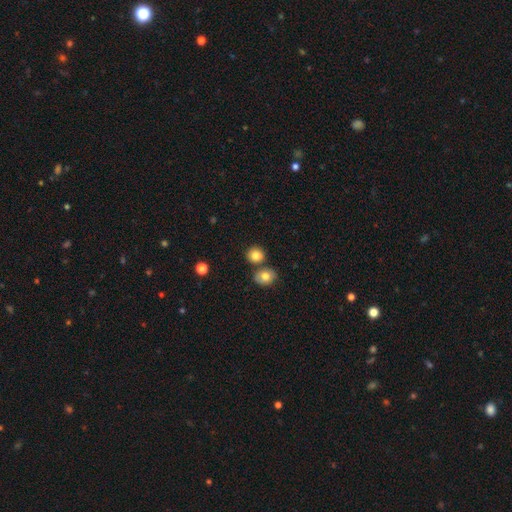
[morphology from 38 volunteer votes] A smooth galaxy with no disk features (82%) that is round (90%).

Vote fractions:
- Smooth or featured? smooth: 82% / featured or disk: 11% / star or artifact: 8%
- How rounded? round: 90% / in between: 10% / cigar-shaped: 0%
- Merging? none: 60% / merger: 20% / minor disturbance: 17% / major disturbance: 3%